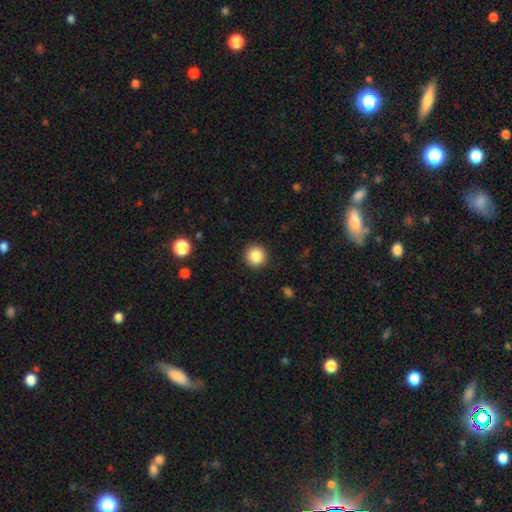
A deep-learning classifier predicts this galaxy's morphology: Overall: smooth (87%). How rounded: round (95%). Merging: none (92%).